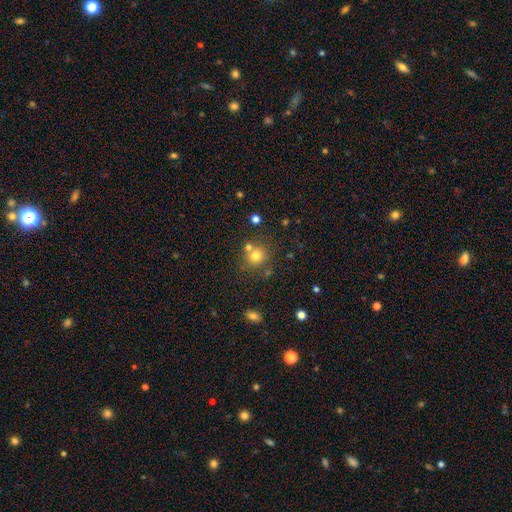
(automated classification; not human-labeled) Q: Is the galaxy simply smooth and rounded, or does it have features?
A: smooth — 75%.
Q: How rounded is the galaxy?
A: round — 86%.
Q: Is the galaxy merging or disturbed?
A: none — 67%.